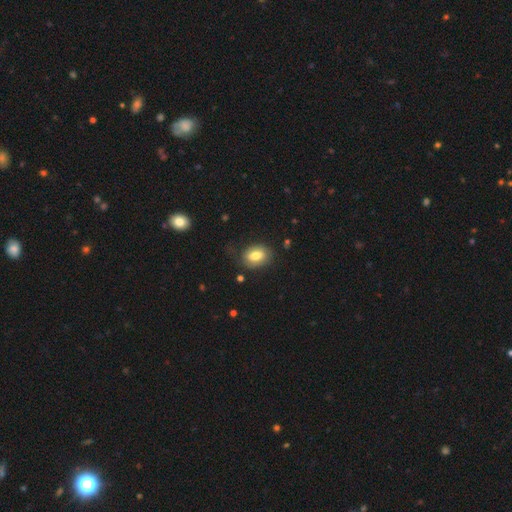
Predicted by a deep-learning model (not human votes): Overall: smooth (74%). How rounded: in between (78%). Merging: none (72%).